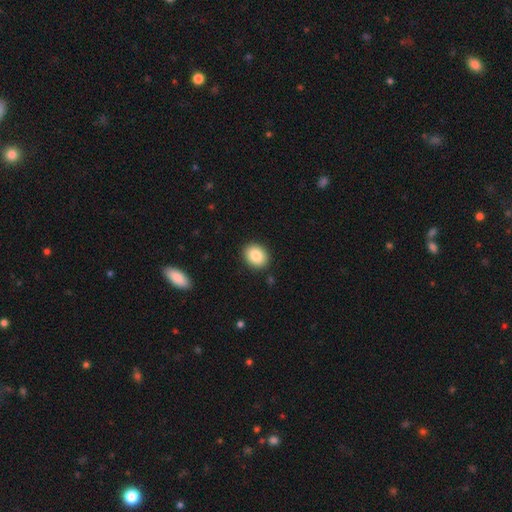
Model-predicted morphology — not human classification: Smooth or featured? smooth (86%)
How rounded? in between (52%)
Merging? none (89%)